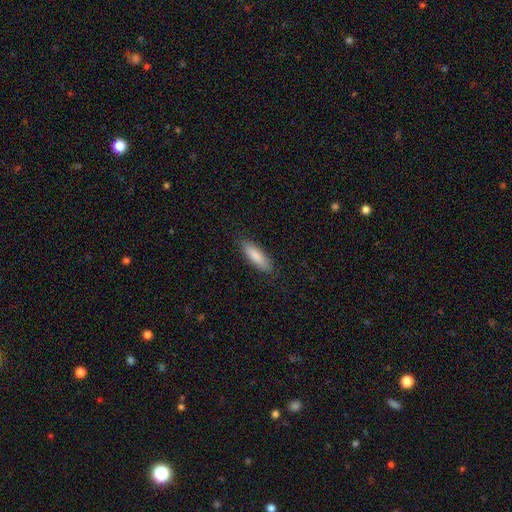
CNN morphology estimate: Q: Smooth or featured?
A: smooth (84%); runner-up: featured or disk (10%)
Q: How rounded?
A: cigar-shaped (60%); runner-up: in between (39%)
Q: Merging?
A: none (87%); runner-up: minor disturbance (10%)